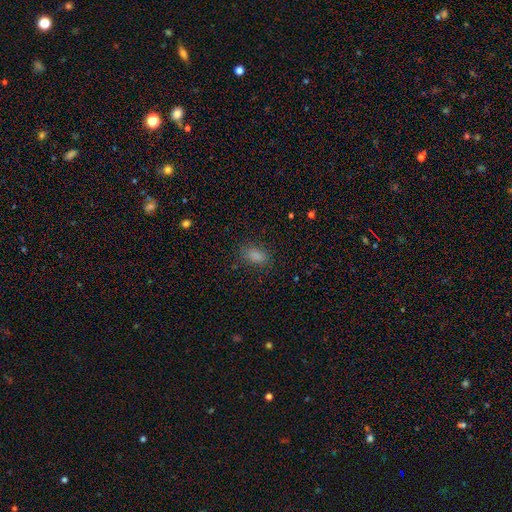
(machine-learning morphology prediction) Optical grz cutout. It shows a smooth galaxy with no disk features (83%) that is in between round and cigar-shaped (87%). Merging: none (81%).